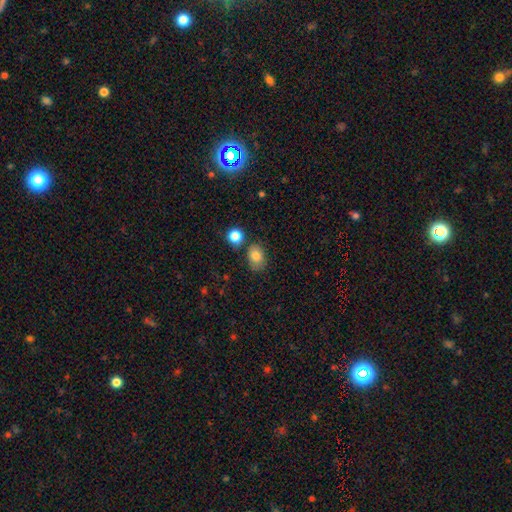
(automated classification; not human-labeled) Smooth or featured: smooth — 81% (star or artifact — 10%)
How rounded: in between — 73% (round — 26%)
Merging: none — 71% (minor disturbance — 16%)